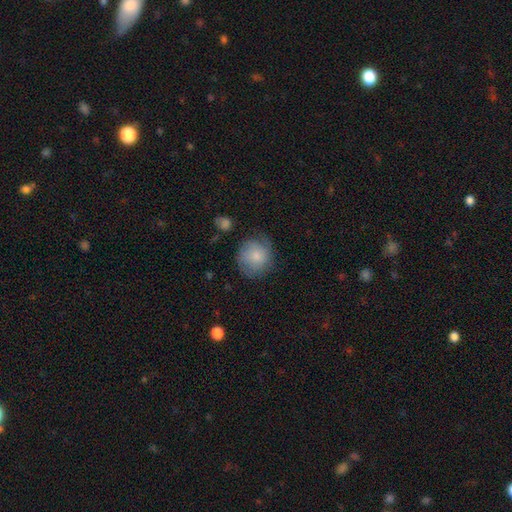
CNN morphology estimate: Smooth or featured?
  - smooth: 79% *
  - featured or disk: 15%
  - star or artifact: 7%
How rounded?
  - round: 87% *
  - in between: 12%
  - cigar-shaped: 1%
Merging?
  - none: 68% *
  - minor disturbance: 23%
  - major disturbance: 7%
  - merger: 2%